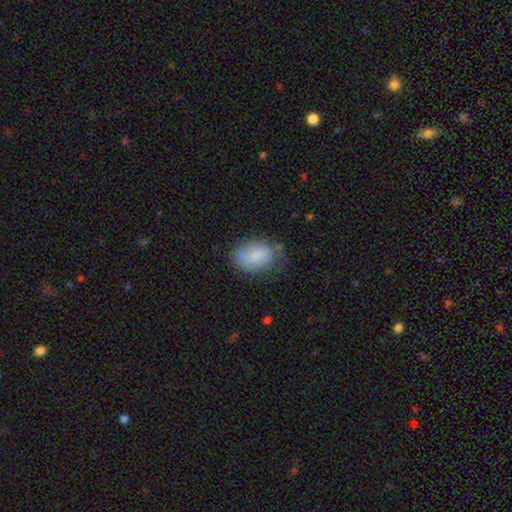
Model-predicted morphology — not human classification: Smooth or featured? Predicted: smooth (p=0.81). How rounded? Predicted: in between (p=0.81). Merging? Predicted: none (p=0.60).